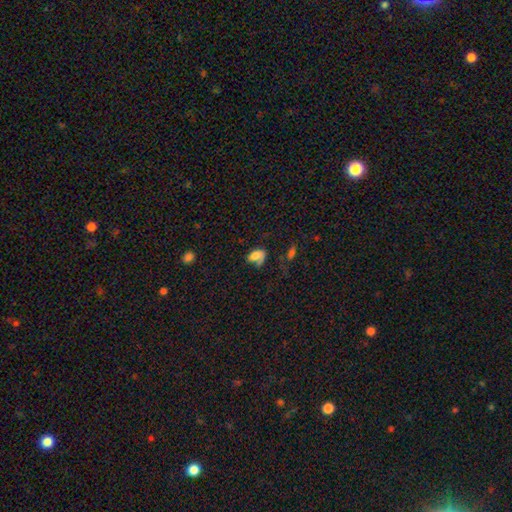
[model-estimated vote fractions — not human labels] Smooth or featured? Predicted: smooth (p=0.63). How rounded? Predicted: in between (p=0.85). Merging? Predicted: none (p=0.36).